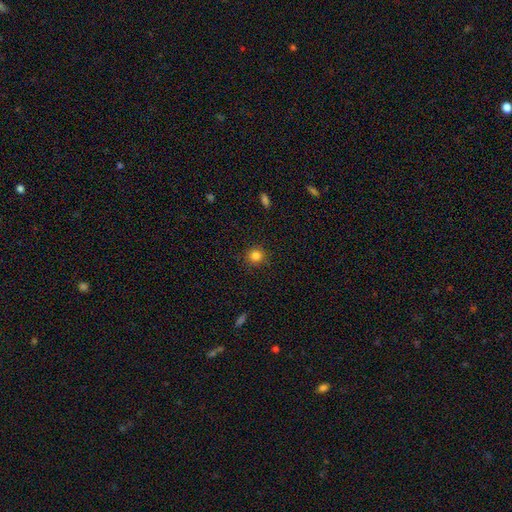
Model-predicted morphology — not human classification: smooth-or-featured: smooth: 84% | star or artifact: 12% | featured or disk: 5%
  how-rounded: round: 92% | in between: 7% | cigar-shaped: 1%
  merging: none: 89% | minor disturbance: 7% | major disturbance: 2% | merger: 1%